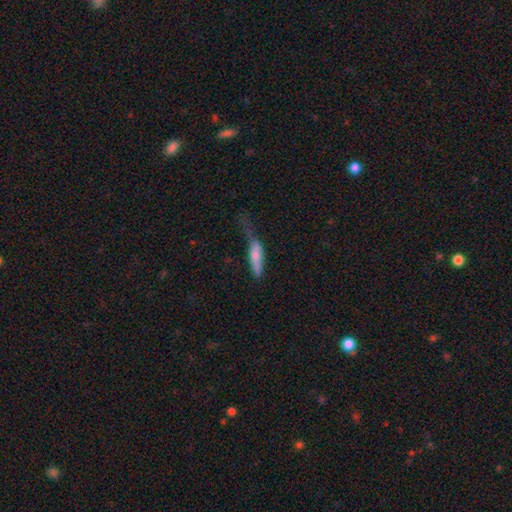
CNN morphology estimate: type=smooth (69%); roundness=cigar-shaped (70%); merging=minor disturbance (35%).